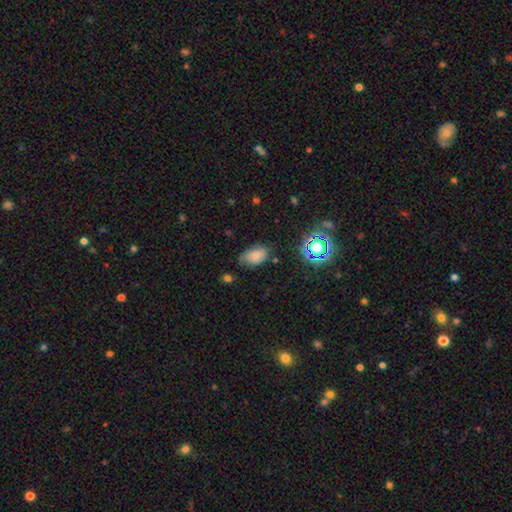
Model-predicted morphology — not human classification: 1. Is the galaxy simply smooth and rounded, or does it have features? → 72% smooth, 15% star or artifact, 12% featured or disk.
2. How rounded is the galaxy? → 88% in between, 10% round, 2% cigar-shaped.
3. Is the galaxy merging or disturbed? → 59% none, 31% minor disturbance, 8% major disturbance, 2% merger.